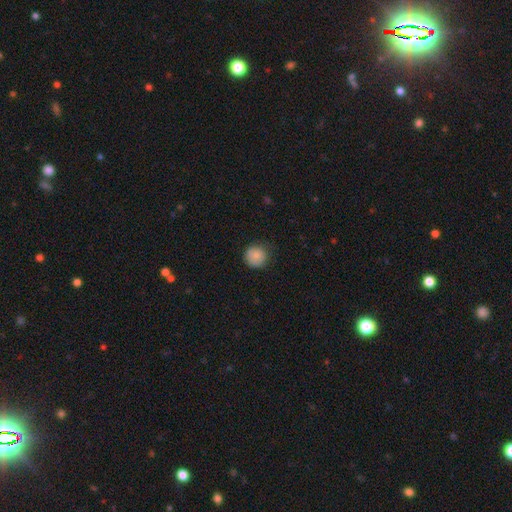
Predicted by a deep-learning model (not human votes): smooth_or_featured: smooth (p=0.85) [alt: star or artifact p=0.08]
how_rounded: round (p=0.93) [alt: in between p=0.06]
merging: none (p=0.79) [alt: minor disturbance p=0.17]